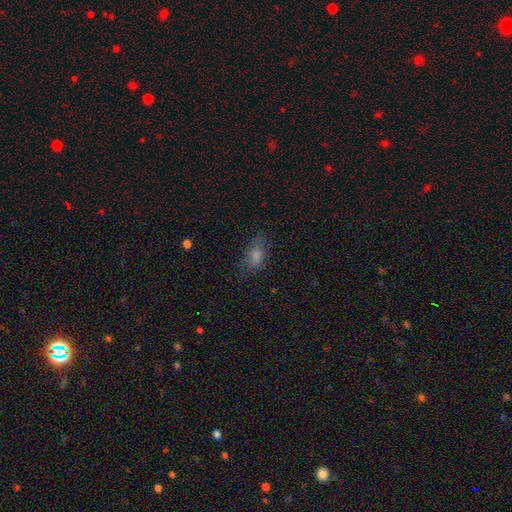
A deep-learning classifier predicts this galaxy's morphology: Smooth or featured? smooth (65%)
How rounded? in between (78%)
Merging? none (69%)